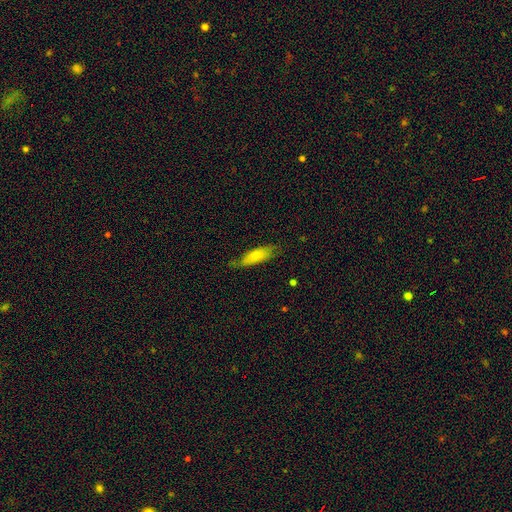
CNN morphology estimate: smooth 77%, featured or disk 17%, star or artifact 6%. Down the decision tree: how rounded — in between (53%); merging — none (68%).